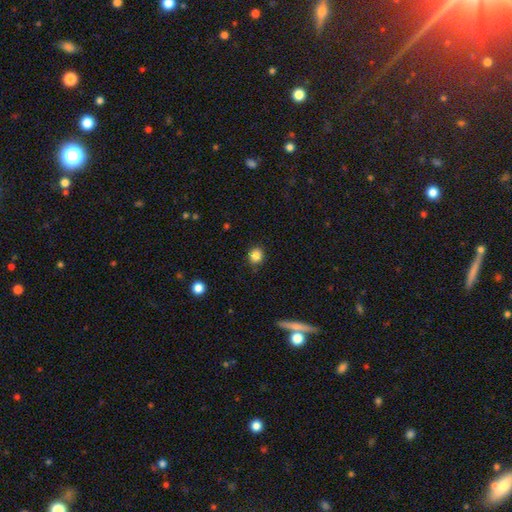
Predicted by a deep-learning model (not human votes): smooth-or-featured: smooth: 85% | star or artifact: 11% | featured or disk: 4%
  how-rounded: round: 84% | in between: 15% | cigar-shaped: 1%
  merging: none: 89% | minor disturbance: 8% | major disturbance: 2% | merger: 1%